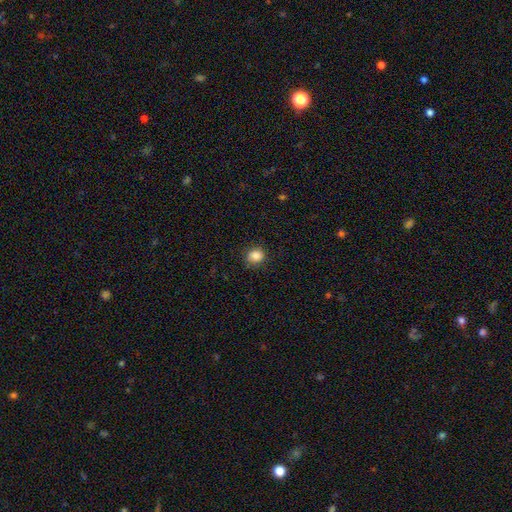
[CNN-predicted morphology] smooth 85%, star or artifact 10%, featured or disk 5%. Down the decision tree: how rounded — round (79%); merging — none (85%).